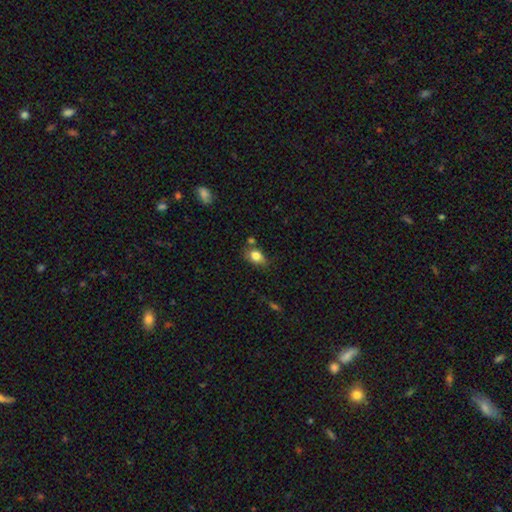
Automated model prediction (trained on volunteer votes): Smooth or featured: smooth — 79% (featured or disk — 11%)
How rounded: in between — 74% (round — 24%)
Merging: none — 59% (minor disturbance — 25%)